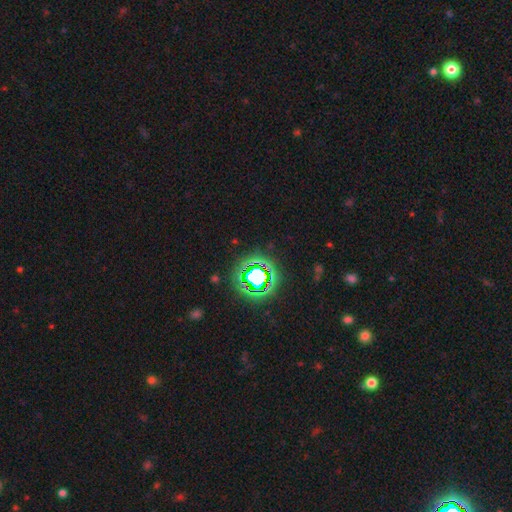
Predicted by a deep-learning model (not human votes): This appears to be a star or artifact, not a galaxy (81%).